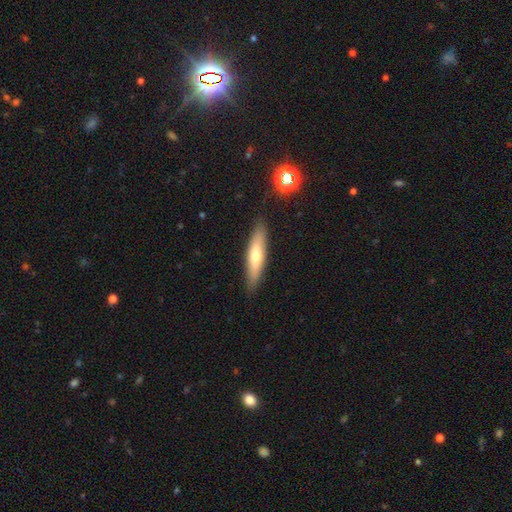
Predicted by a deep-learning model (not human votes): Smooth or featured: smooth — 56% (featured or disk — 37%)
How rounded: cigar-shaped — 80% (in between — 18%)
Merging: none — 87% (minor disturbance — 9%)